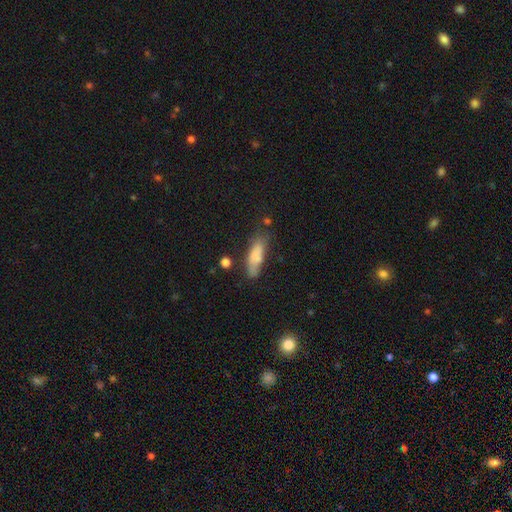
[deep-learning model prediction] Smooth or featured?
  - smooth: 75% *
  - featured or disk: 17%
  - star or artifact: 8%
How rounded?
  - cigar-shaped: 51% *
  - in between: 46%
  - round: 2%
Merging?
  - none: 54% *
  - minor disturbance: 28%
  - major disturbance: 12%
  - merger: 7%